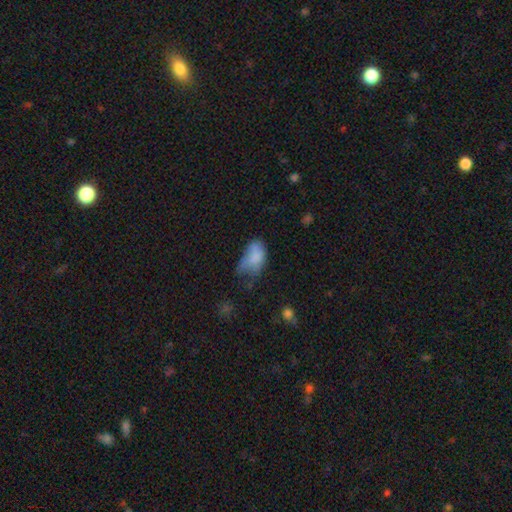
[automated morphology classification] smooth_or_featured: smooth (p=0.74) [alt: featured or disk p=0.16]
how_rounded: in between (p=0.91) [alt: round p=0.07]
merging: minor disturbance (p=0.38) [alt: major disturbance p=0.32]